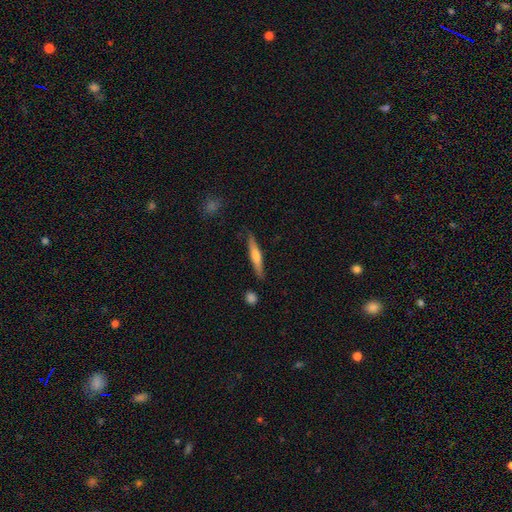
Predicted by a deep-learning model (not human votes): Smooth or featured? smooth (49%)
Merging? none (86%)